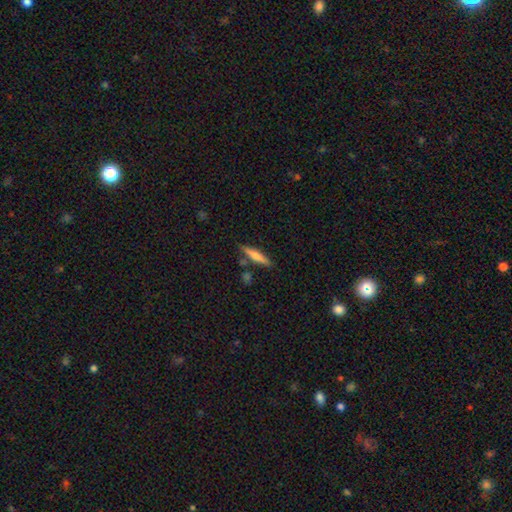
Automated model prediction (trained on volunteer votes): A smooth galaxy with no disk features (63%) that is cigar-shaped (87%). Merging: none (77%).